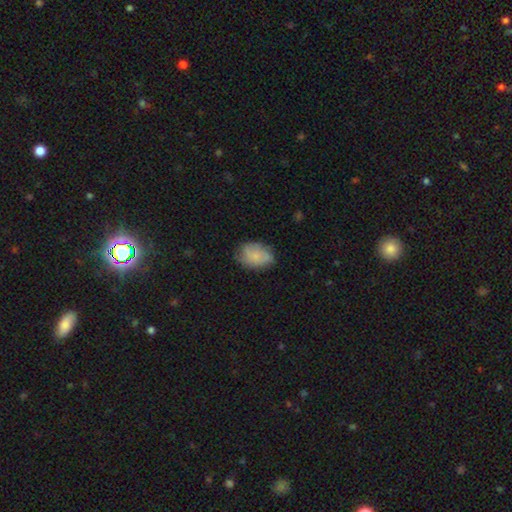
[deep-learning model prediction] A smooth galaxy with no disk features (73%) that is in between round and cigar-shaped (82%). Merging: none (67%).